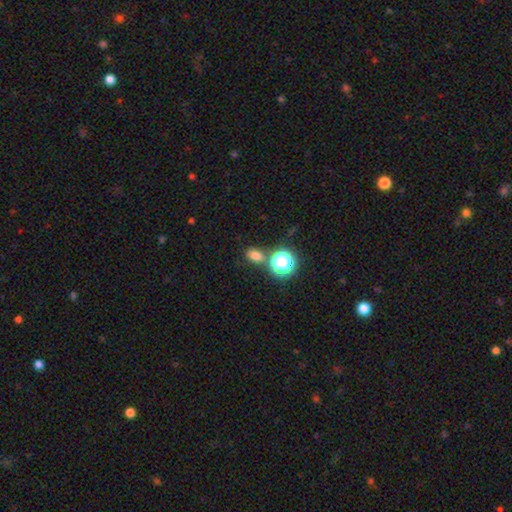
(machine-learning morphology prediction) Smooth or featured: smooth — 72% (star or artifact — 22%)
How rounded: in between — 63% (round — 36%)
Merging: none — 71% (merger — 15%)